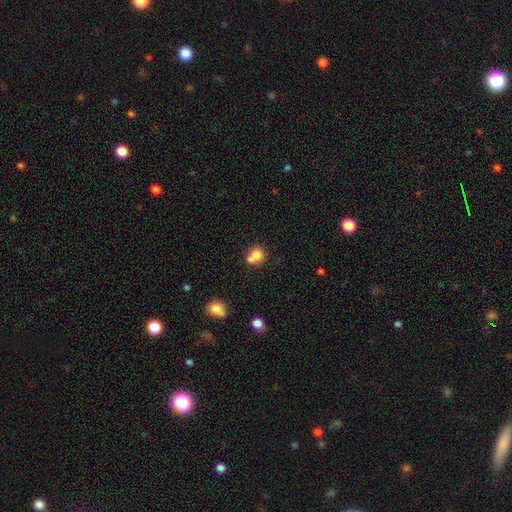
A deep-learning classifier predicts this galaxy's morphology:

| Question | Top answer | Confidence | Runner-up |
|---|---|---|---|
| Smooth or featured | smooth | 77% | featured or disk (13%) |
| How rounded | round | 72% | in between (28%) |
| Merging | merger | 49% | none (36%) |